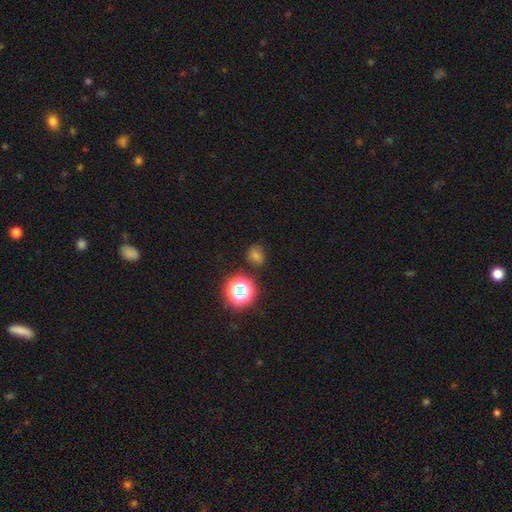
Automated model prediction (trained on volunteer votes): Smooth or featured?
  - smooth: 58% *
  - star or artifact: 34%
  - featured or disk: 8%
How rounded?
  - round: 71% *
  - in between: 28%
  - cigar-shaped: 1%
Merging?
  - none: 80% *
  - minor disturbance: 12%
  - major disturbance: 4%
  - merger: 4%